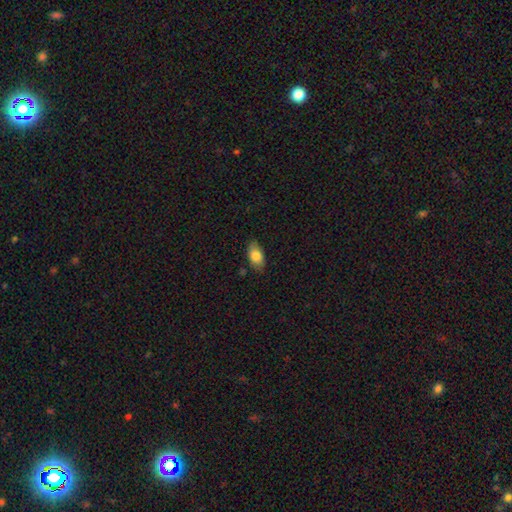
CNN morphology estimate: Smooth or featured?
  - smooth: 81% *
  - featured or disk: 12%
  - star or artifact: 7%
How rounded?
  - in between: 92% *
  - round: 5%
  - cigar-shaped: 3%
Merging?
  - none: 82% *
  - minor disturbance: 14%
  - major disturbance: 3%
  - merger: 1%